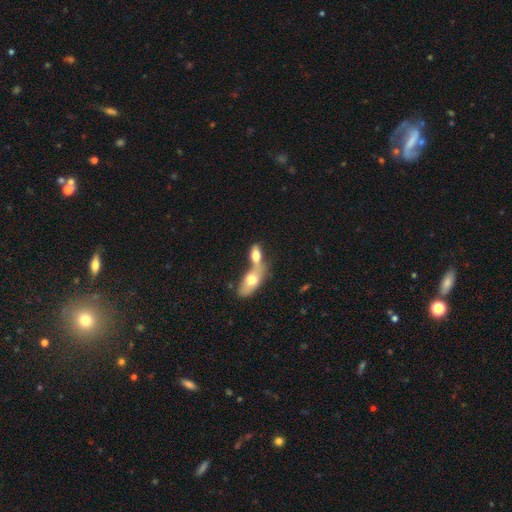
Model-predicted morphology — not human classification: The model was most divided on "smooth or featured": smooth: 71%, featured or disk: 22%, star or artifact: 7%. More confident: how rounded — in between (82%); merging — merger (72%).